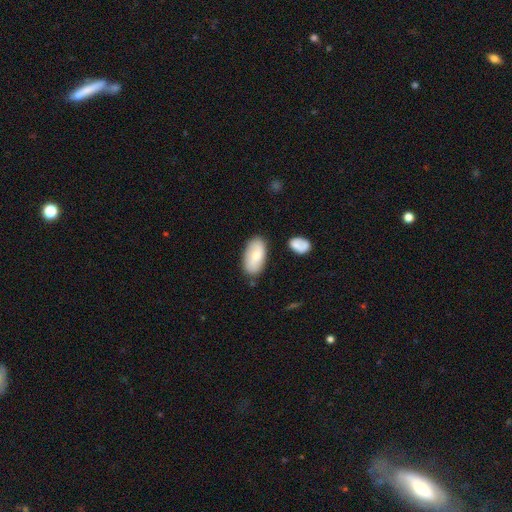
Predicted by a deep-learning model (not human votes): Smooth or featured?
  - smooth: 73% *
  - featured or disk: 21%
  - star or artifact: 6%
How rounded?
  - in between: 94% *
  - cigar-shaped: 3%
  - round: 3%
Merging?
  - none: 78% *
  - minor disturbance: 14%
  - merger: 5%
  - major disturbance: 3%